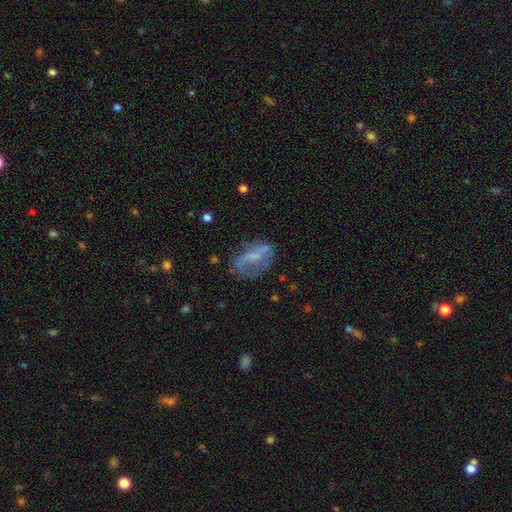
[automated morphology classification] type=featured or disk (54%); edge-on=no (93%); bar=no (46%); spiral arms=no (50%, tied with yes); bulge=none (41%); merging=none (48%).